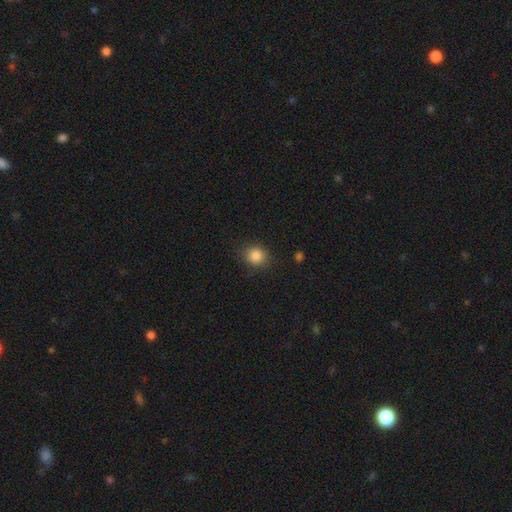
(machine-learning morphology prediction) Smooth or featured? smooth (86%)
How rounded? round (78%)
Merging? none (84%)